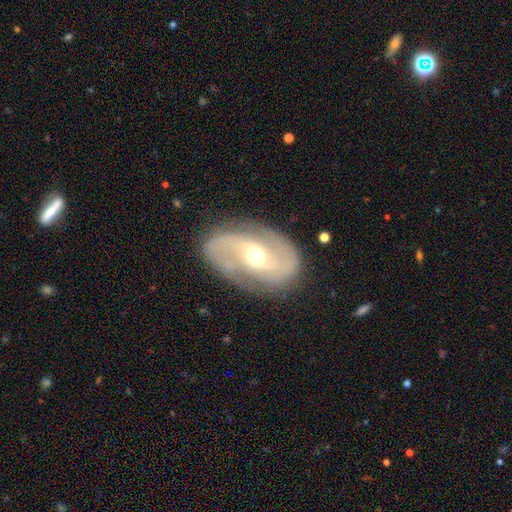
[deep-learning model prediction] smooth-or-featured: featured or disk: 88% | smooth: 7% | star or artifact: 5%
  disk-edge-on: no: 96% | yes: 4%
    bar: weak: 47% | no: 36% | strong: 17%
    has-spiral-arms: yes: 96% | no: 4%
      spiral-winding: medium: 50% | loose: 26% | tight: 23%
      spiral-arm-count: 2: 88% | can't tell: 4% | 3: 3% | 1: 2% | 4: 1% | more than 4: 1%
    bulge-size: moderate: 59% | small: 35% | large: 4% | dominant: 1% | none: 1%
  merging: none: 81% | minor disturbance: 12% | major disturbance: 5% | merger: 1%